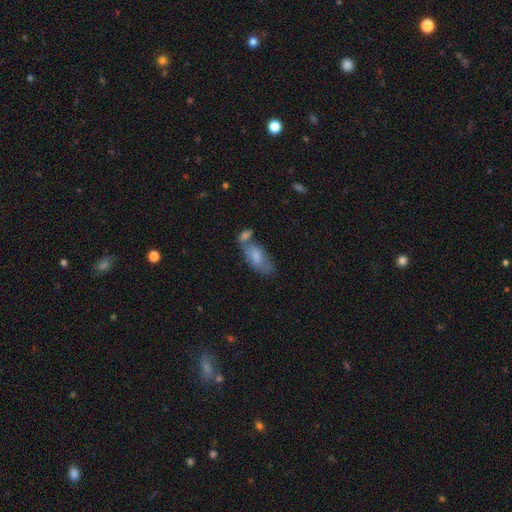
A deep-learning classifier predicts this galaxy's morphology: smooth-or-featured: smooth: 72% | featured or disk: 21% | star or artifact: 7%
  how-rounded: in between: 88% | cigar-shaped: 9% | round: 3%
  merging: merger: 39% | none: 36% | minor disturbance: 18% | major disturbance: 8%